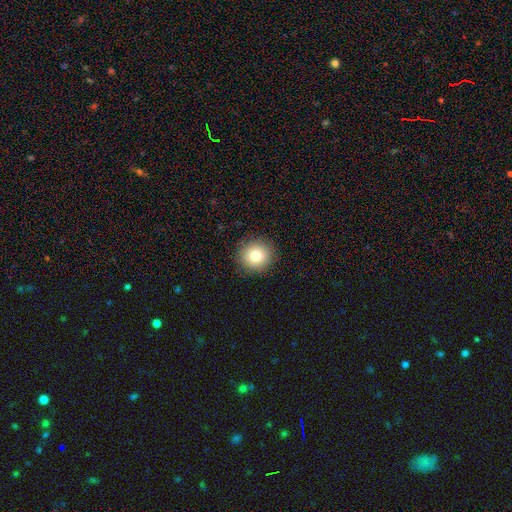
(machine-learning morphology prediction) smooth-or-featured: smooth: 78% | star or artifact: 11% | featured or disk: 11%
  how-rounded: round: 91% | in between: 8% | cigar-shaped: 1%
  merging: none: 91% | minor disturbance: 6% | major disturbance: 2% | merger: 1%